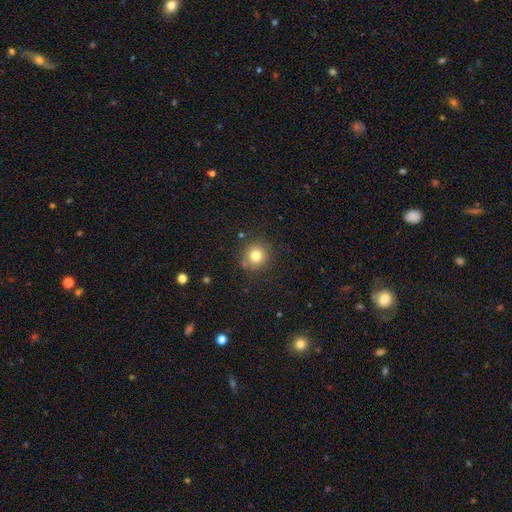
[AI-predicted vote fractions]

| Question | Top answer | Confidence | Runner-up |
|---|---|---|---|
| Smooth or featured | smooth | 78% | star or artifact (13%) |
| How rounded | round | 93% | in between (6%) |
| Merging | none | 84% | minor disturbance (9%) |